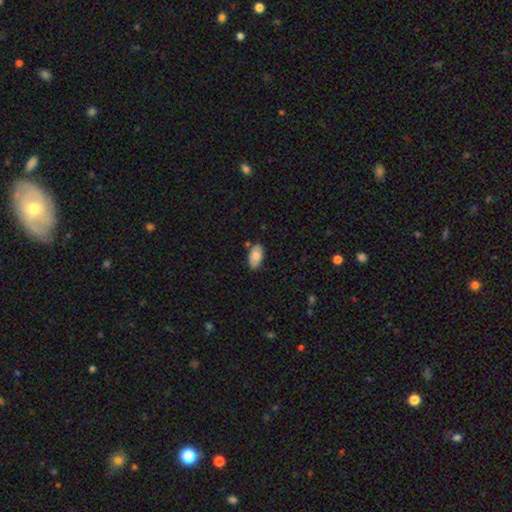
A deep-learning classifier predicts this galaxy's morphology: smooth-or-featured: smooth: 83% | featured or disk: 10% | star or artifact: 7%
  how-rounded: in between: 95% | round: 3% | cigar-shaped: 2%
  merging: none: 78% | minor disturbance: 15% | merger: 4% | major disturbance: 3%